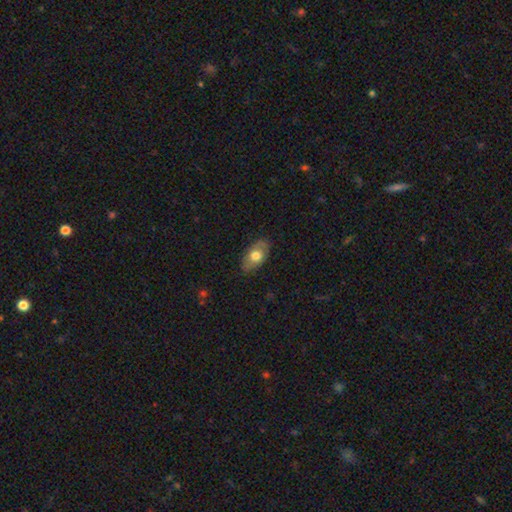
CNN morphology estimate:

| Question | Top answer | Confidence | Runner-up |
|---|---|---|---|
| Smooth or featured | smooth | 65% | featured or disk (29%) |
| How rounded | in between | 91% | round (6%) |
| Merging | none | 81% | minor disturbance (15%) |